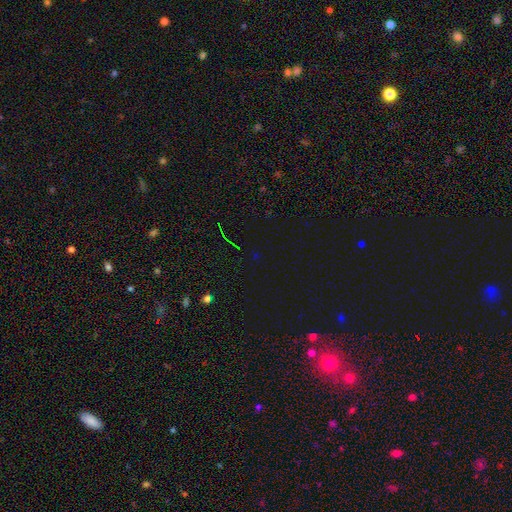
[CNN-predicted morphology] Smooth or featured?
  - star or artifact: 79% *
  - smooth: 13%
  - featured or disk: 8%